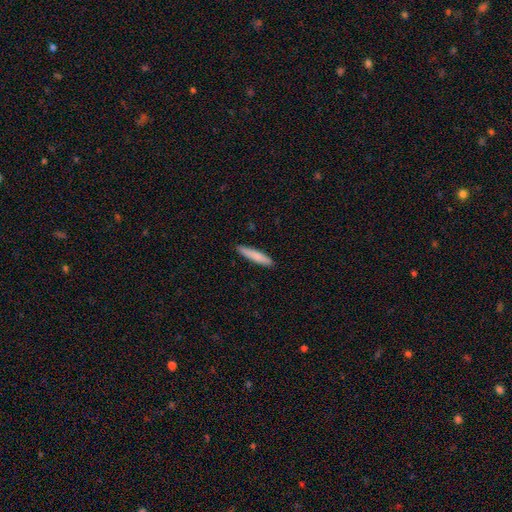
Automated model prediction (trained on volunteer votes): Overall: smooth (82%). How rounded: cigar-shaped (89%). Merging: none (90%).